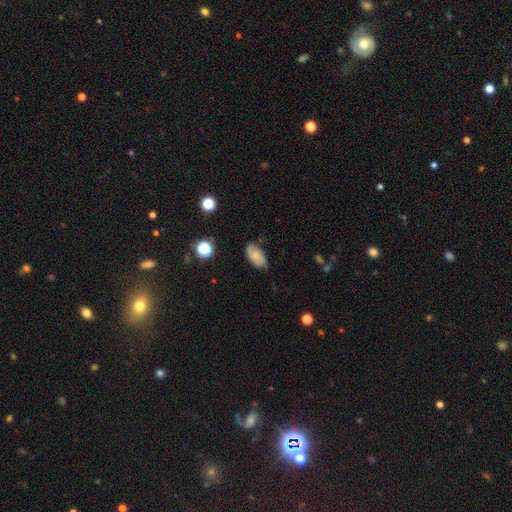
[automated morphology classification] A smooth galaxy with no disk features (67%) that is in between round and cigar-shaped (93%). Merging: none (71%).